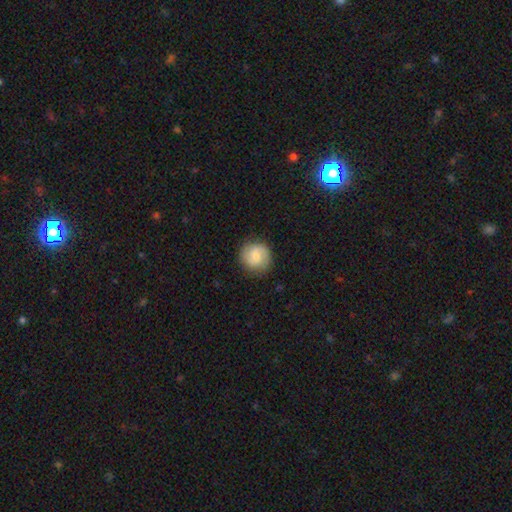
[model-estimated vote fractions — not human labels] Smooth or featured? smooth (68%)
How rounded? round (92%)
Merging? none (85%)